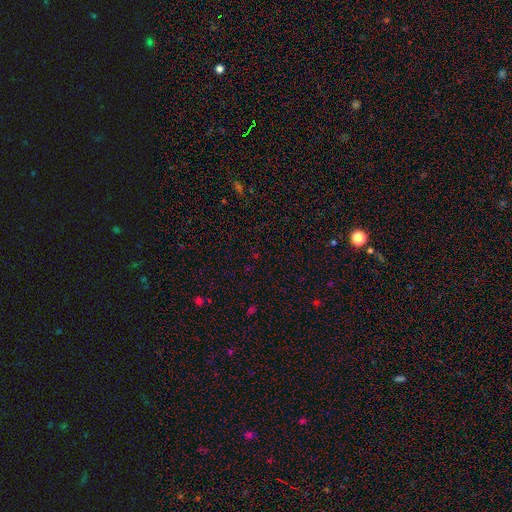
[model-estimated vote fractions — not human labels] This is likely a star or artifact rather than a galaxy (65%).